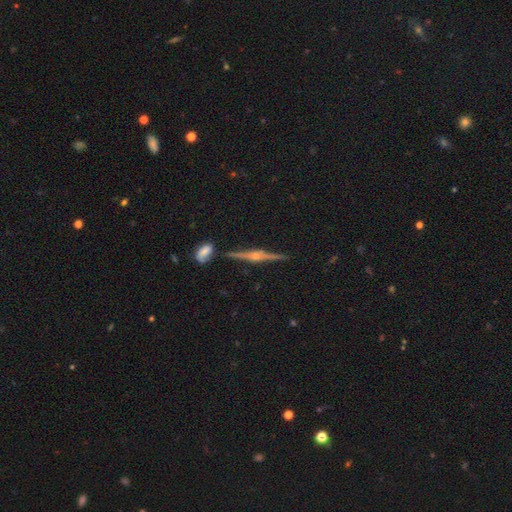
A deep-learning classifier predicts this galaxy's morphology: Overall: featured or disk (86%). Edge-on disk: yes (98%). Edge-on bulge: rounded (90%). Merging: none (86%).